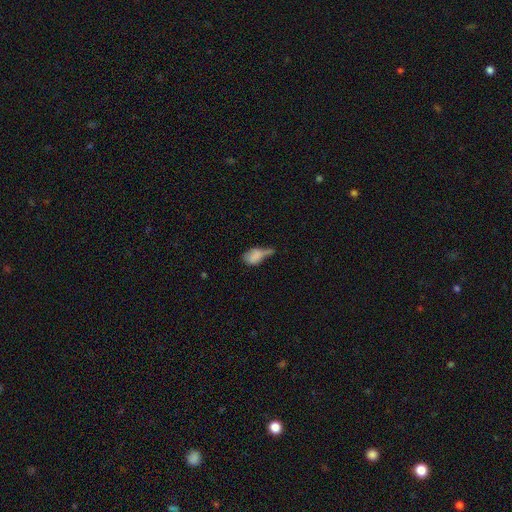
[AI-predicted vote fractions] Overall: smooth (69%). How rounded: in between (82%). Merging: minor disturbance (29%; major disturbance 28%).